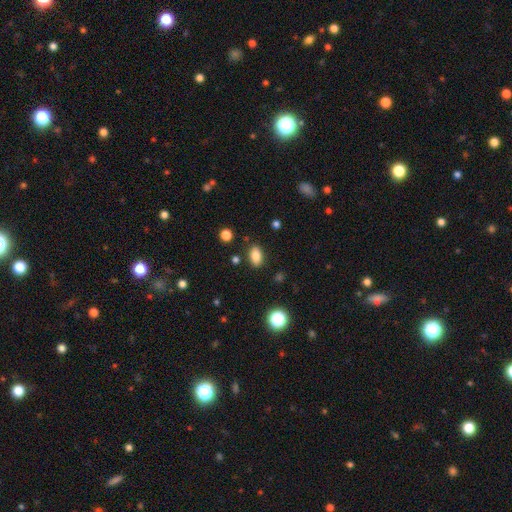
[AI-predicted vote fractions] Smooth or featured: smooth — 83% (star or artifact — 10%)
How rounded: in between — 88% (round — 9%)
Merging: none — 85% (minor disturbance — 10%)